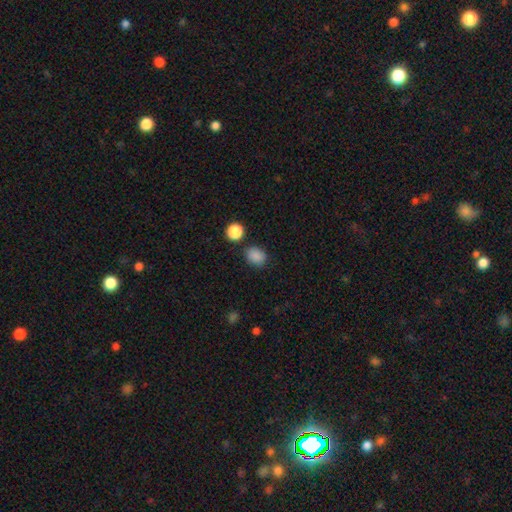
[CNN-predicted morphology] Smooth or featured: smooth — 85% (star or artifact — 11%)
How rounded: round — 53% (in between — 46%)
Merging: none — 80% (minor disturbance — 12%)